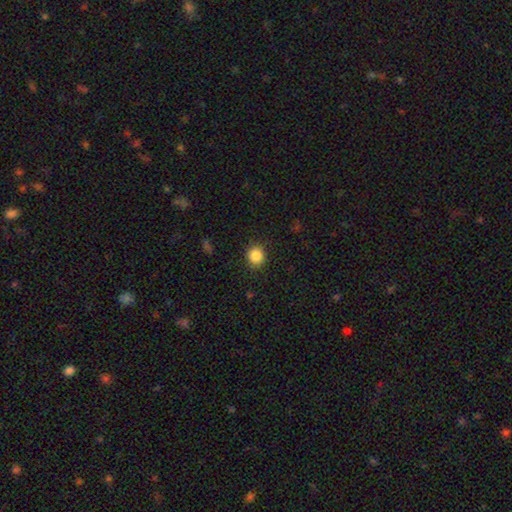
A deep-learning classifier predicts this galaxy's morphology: A smooth galaxy with no disk features (86%) that is round (85%).

Vote fractions:
- Smooth or featured? smooth: 86% / star or artifact: 10% / featured or disk: 4%
- How rounded? round: 85% / in between: 14% / cigar-shaped: 1%
- Merging? none: 88% / minor disturbance: 8% / major disturbance: 2% / merger: 1%